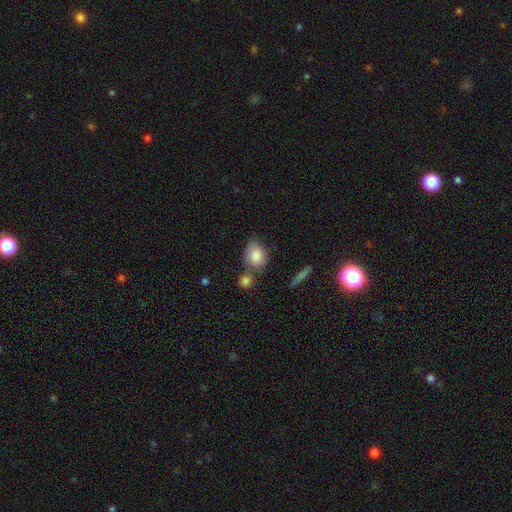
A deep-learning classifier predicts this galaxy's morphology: A smooth galaxy with no disk features (84%) that is in between round and cigar-shaped (65%). Merging: none (48%).